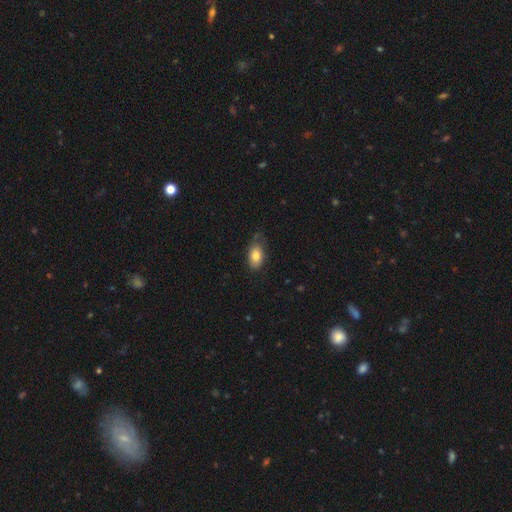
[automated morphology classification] A smooth galaxy with no disk features (79%) that is in between round and cigar-shaped (91%). Merging: none (57%).